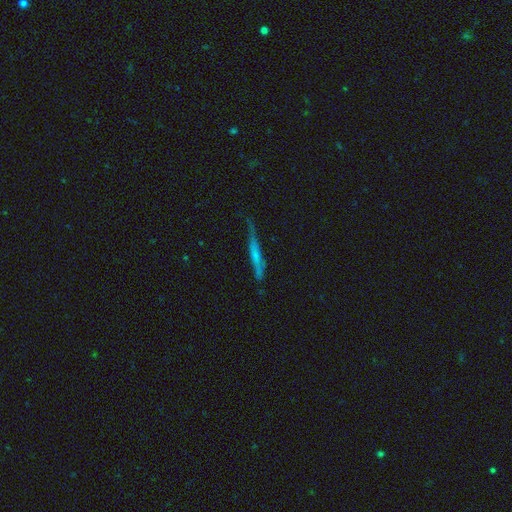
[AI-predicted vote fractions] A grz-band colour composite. It shows a smooth galaxy with no disk features (47%). Merging: none (61%).